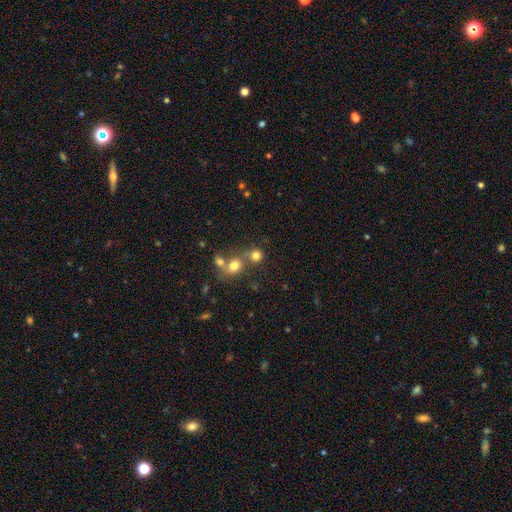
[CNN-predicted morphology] Smooth or featured?
  - smooth: 76% *
  - star or artifact: 14%
  - featured or disk: 10%
How rounded?
  - round: 82% *
  - in between: 17%
  - cigar-shaped: 1%
Merging?
  - none: 48% *
  - merger: 40%
  - minor disturbance: 8%
  - major disturbance: 4%